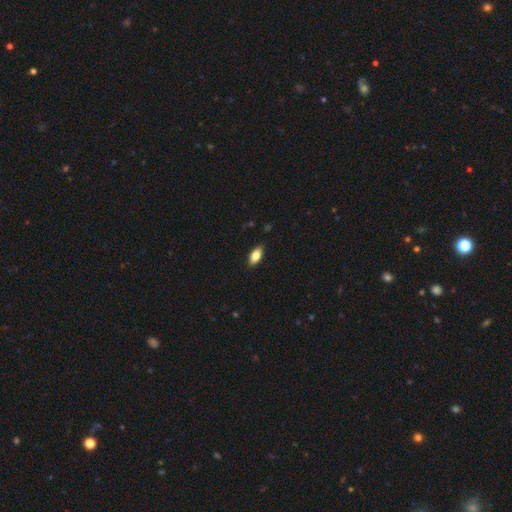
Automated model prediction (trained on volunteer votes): A smooth galaxy with no disk features (82%) that is in between round and cigar-shaped (89%). Merging: none (88%).